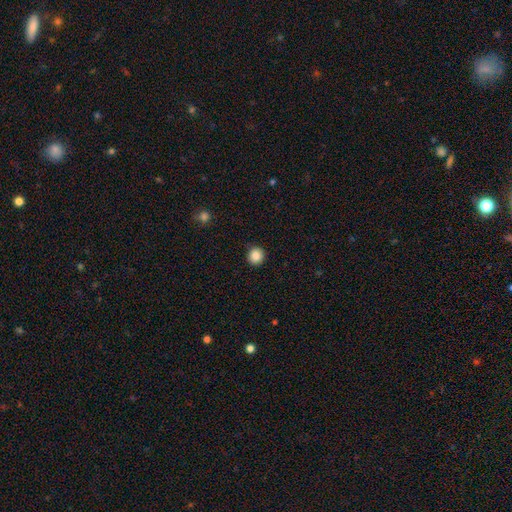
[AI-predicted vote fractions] A smooth galaxy with no disk features (87%) that is round (91%). Merging: none (91%).